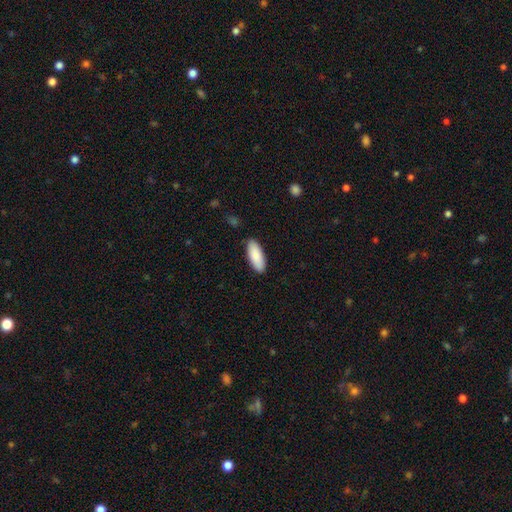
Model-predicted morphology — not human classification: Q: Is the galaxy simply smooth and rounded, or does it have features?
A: smooth — 89%.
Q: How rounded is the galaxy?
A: in between — 76%.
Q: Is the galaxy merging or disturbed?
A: none — 88%.